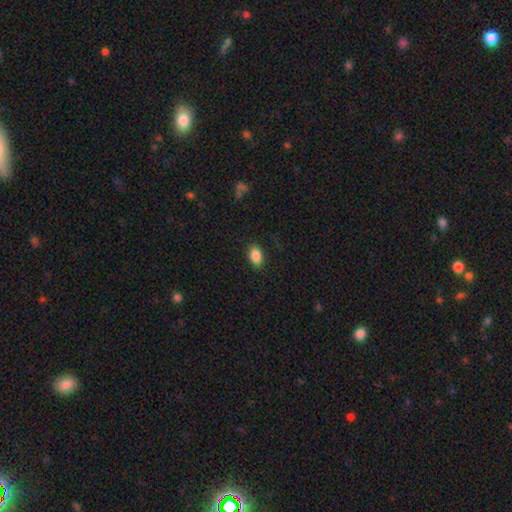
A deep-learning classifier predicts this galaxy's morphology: A smooth galaxy with no disk features (87%) that is in between round and cigar-shaped (87%).

Vote fractions:
- Smooth or featured? smooth: 87% / star or artifact: 8% / featured or disk: 5%
- How rounded? in between: 87% / round: 12% / cigar-shaped: 2%
- Merging? none: 87% / minor disturbance: 9% / major disturbance: 2% / merger: 1%